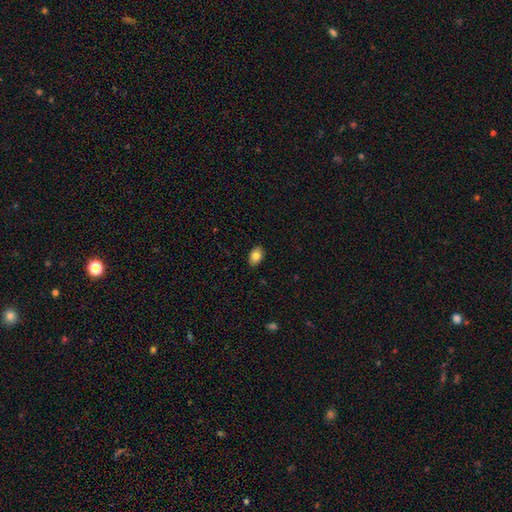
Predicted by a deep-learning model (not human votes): Smooth or featured: smooth — 85% (star or artifact — 8%)
How rounded: in between — 85% (round — 14%)
Merging: none — 88% (minor disturbance — 9%)